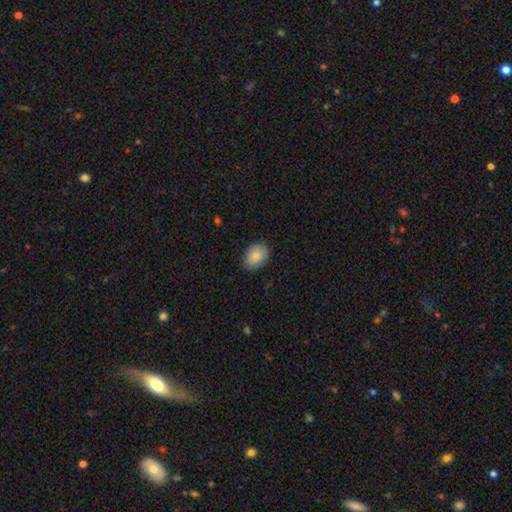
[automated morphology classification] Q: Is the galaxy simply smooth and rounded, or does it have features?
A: smooth — 88%.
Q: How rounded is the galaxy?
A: in between — 81%.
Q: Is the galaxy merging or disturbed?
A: none — 86%.